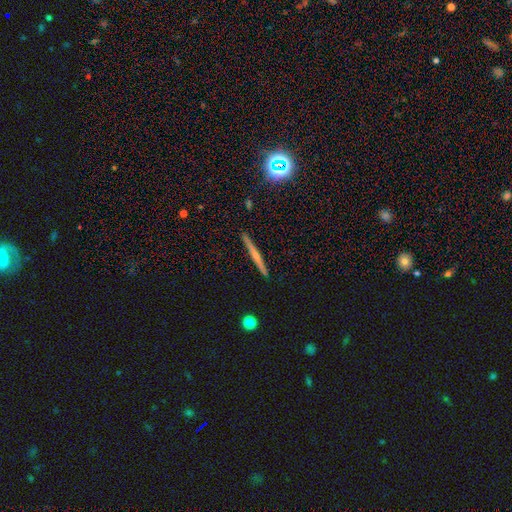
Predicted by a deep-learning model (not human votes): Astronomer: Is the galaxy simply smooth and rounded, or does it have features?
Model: featured or disk — 60%.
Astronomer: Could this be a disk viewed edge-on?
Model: yes — 98%.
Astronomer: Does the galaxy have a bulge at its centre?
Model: rounded — 48% (runner-up: none, 45%).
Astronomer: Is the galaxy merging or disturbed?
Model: none — 91%.